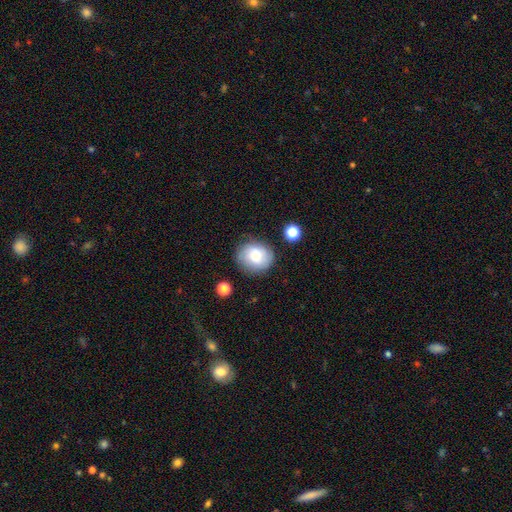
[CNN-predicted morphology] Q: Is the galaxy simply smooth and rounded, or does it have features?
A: smooth — 67%.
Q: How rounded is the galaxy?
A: round — 78%.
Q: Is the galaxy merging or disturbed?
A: none — 80%.